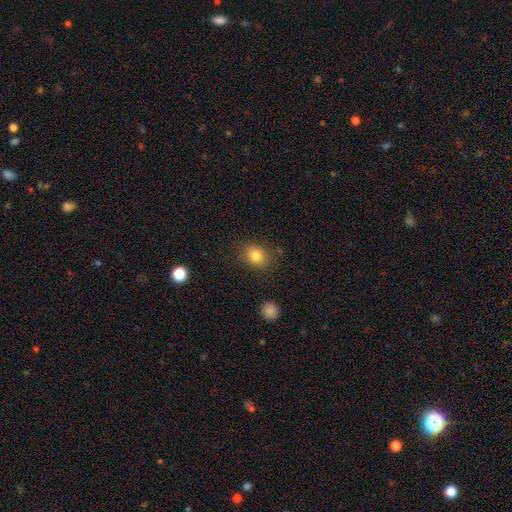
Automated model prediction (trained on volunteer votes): A smooth galaxy with no disk features (82%) that is round (58%).

Vote fractions:
- Smooth or featured? smooth: 82% / star or artifact: 11% / featured or disk: 7%
- How rounded? round: 58% / in between: 41% / cigar-shaped: 1%
- Merging? none: 83% / minor disturbance: 11% / major disturbance: 3% / merger: 2%